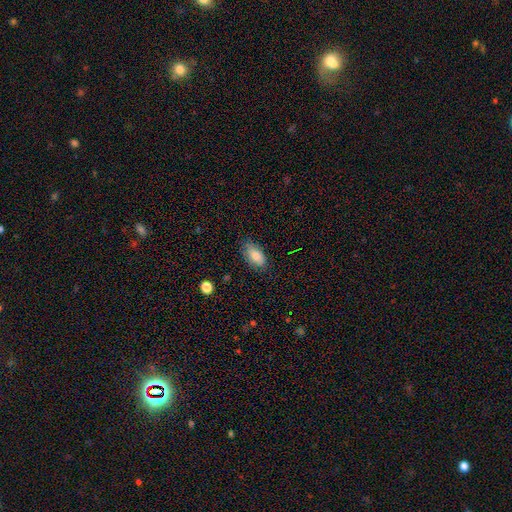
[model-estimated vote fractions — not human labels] Q: Smooth or featured?
A: smooth (84%); runner-up: featured or disk (9%)
Q: How rounded?
A: in between (91%); runner-up: cigar-shaped (5%)
Q: Merging?
A: none (76%); runner-up: minor disturbance (19%)